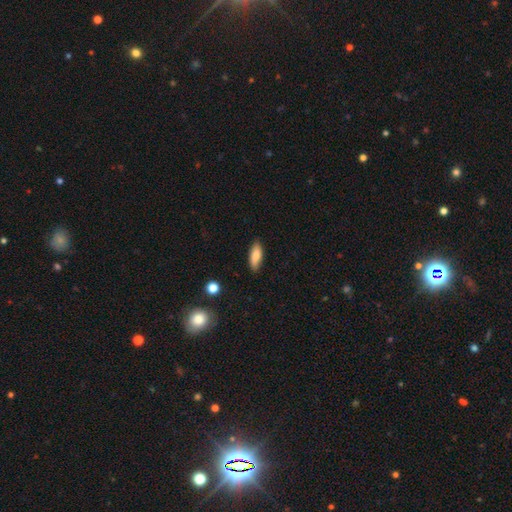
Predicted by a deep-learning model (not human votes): Q: Smooth or featured?
A: smooth (83%); runner-up: featured or disk (10%)
Q: How rounded?
A: in between (67%); runner-up: cigar-shaped (30%)
Q: Merging?
A: none (85%); runner-up: minor disturbance (12%)